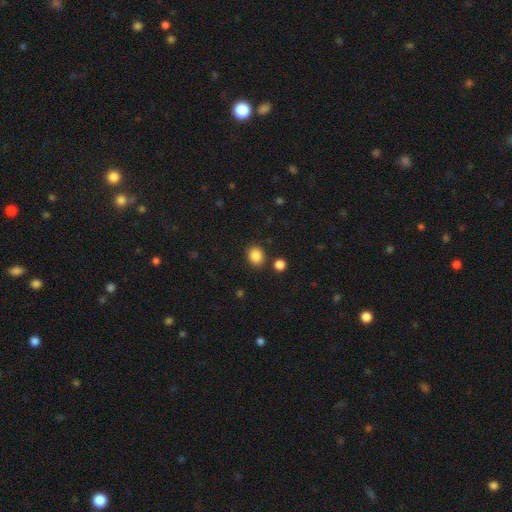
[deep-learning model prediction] Smooth or featured: smooth — 86% (star or artifact — 10%)
How rounded: round — 61% (in between — 38%)
Merging: none — 84% (minor disturbance — 8%)